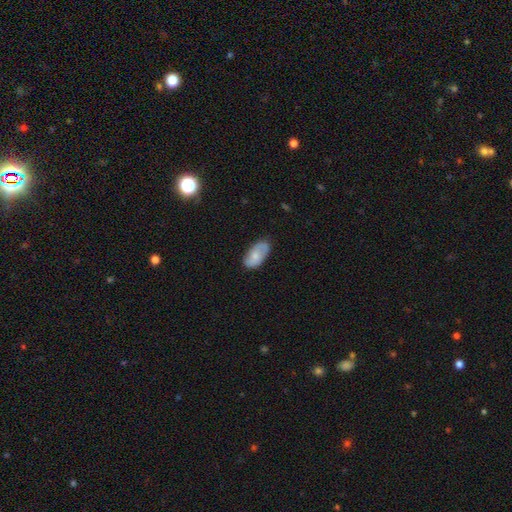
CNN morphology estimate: type=smooth (60%); roundness=in between (93%); merging=none (74%).